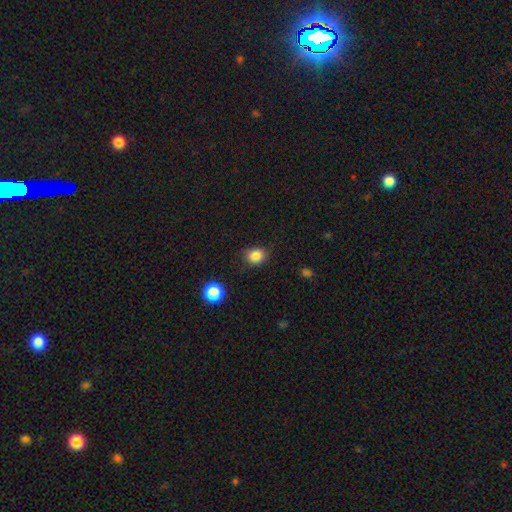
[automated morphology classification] A smooth galaxy with no disk features (84%) that is round (67%).

Vote fractions:
- Smooth or featured? smooth: 84% / star or artifact: 12% / featured or disk: 5%
- How rounded? round: 67% / in between: 32% / cigar-shaped: 1%
- Merging? none: 79% / minor disturbance: 16% / major disturbance: 3% / merger: 2%